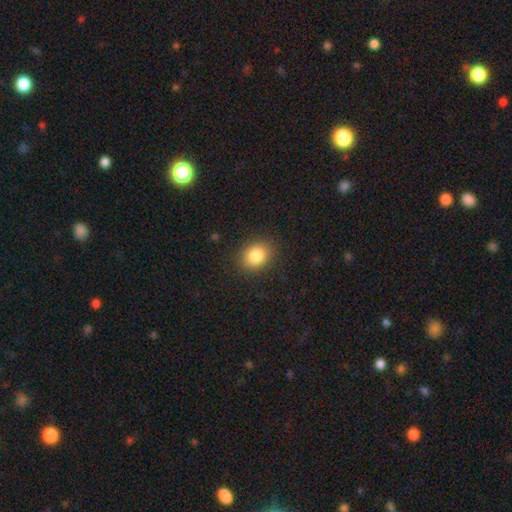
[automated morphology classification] A smooth galaxy with no disk features (83%) that is round (57%). Merging: none (90%).